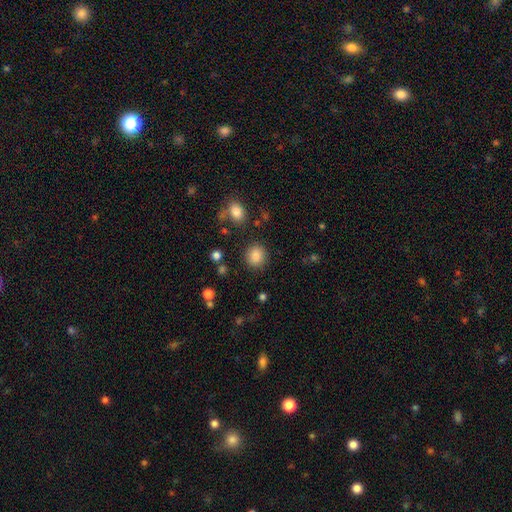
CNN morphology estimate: Q: Smooth or featured?
A: smooth (85%); runner-up: star or artifact (10%)
Q: How rounded?
A: round (84%); runner-up: in between (16%)
Q: Merging?
A: none (87%); runner-up: minor disturbance (7%)